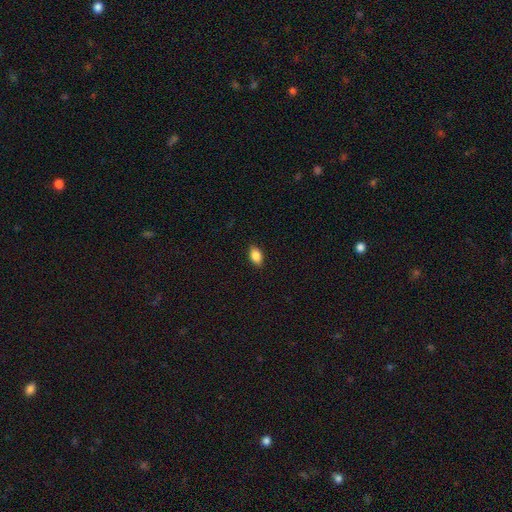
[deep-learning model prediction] Morphology: type=smooth (87%); roundness=in between (89%); merging=none (89%).